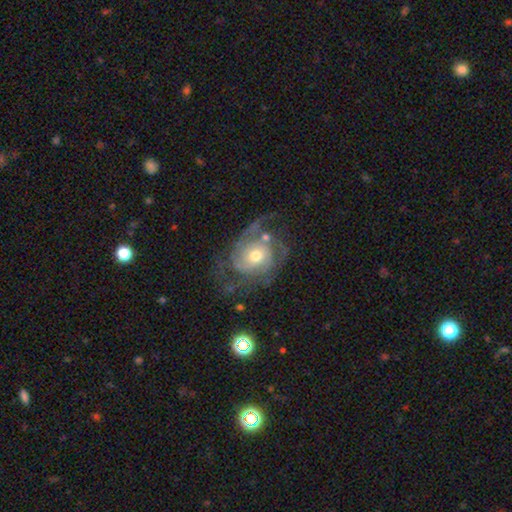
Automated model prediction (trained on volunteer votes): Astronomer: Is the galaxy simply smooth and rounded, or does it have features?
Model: featured or disk — 83%.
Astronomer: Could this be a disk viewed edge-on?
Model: no — 97%.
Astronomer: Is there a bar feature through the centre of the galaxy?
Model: no — 75%.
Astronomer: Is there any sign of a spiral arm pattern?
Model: yes — 92%.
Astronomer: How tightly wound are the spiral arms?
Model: tight — 44% (runner-up: medium, 39%).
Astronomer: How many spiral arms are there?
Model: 2 — 30% (runner-up: can't tell, 26%).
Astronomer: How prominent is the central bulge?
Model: moderate — 63%.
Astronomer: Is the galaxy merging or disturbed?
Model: none — 53%.